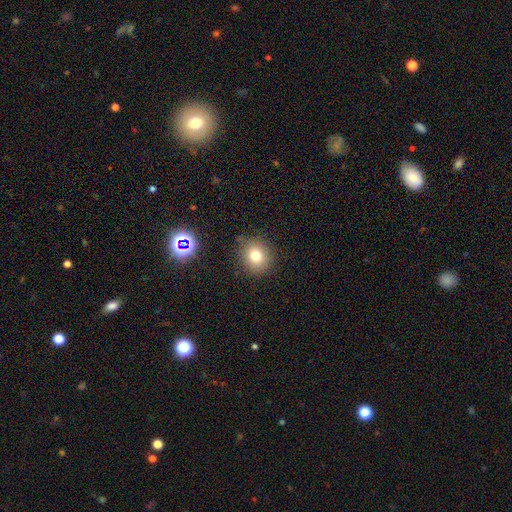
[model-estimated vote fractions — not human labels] Smooth or featured?
  - smooth: 75% *
  - star or artifact: 15%
  - featured or disk: 9%
How rounded?
  - round: 86% *
  - in between: 13%
  - cigar-shaped: 1%
Merging?
  - none: 86% *
  - minor disturbance: 9%
  - major disturbance: 3%
  - merger: 2%